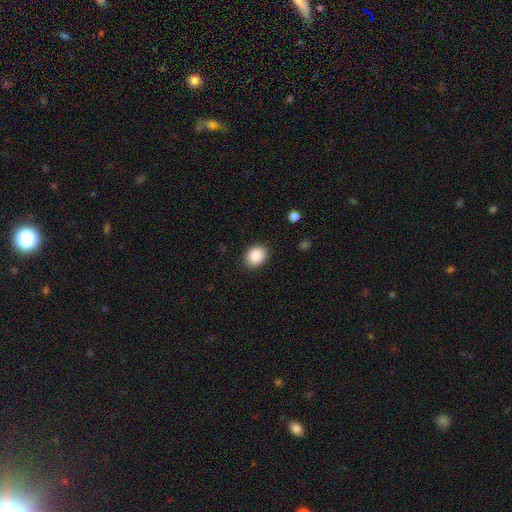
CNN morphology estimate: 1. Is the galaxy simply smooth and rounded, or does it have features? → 89% smooth, 8% star or artifact, 3% featured or disk.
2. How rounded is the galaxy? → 55% in between, 44% round, 1% cigar-shaped.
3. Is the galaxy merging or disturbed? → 88% none, 9% minor disturbance, 2% major disturbance, 1% merger.